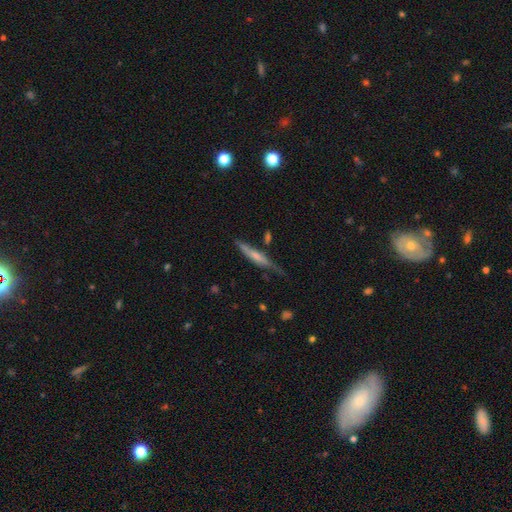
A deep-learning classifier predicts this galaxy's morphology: Smooth or featured: featured or disk — 47% (smooth — 46%)
Merging: none — 56% (minor disturbance — 29%)